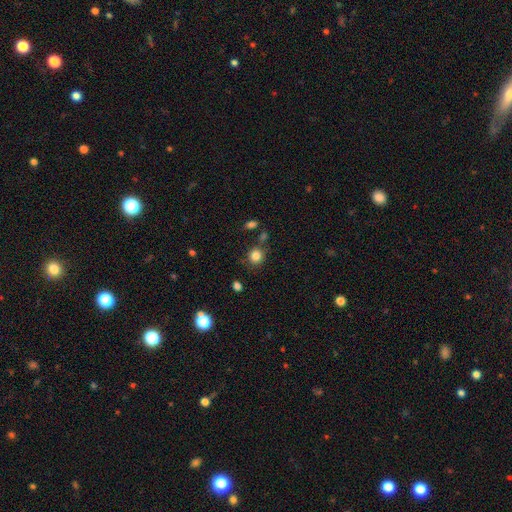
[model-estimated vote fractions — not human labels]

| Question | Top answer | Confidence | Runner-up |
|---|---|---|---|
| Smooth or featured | smooth | 83% | star or artifact (11%) |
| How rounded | round | 88% | in between (11%) |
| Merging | none | 77% | minor disturbance (12%) |